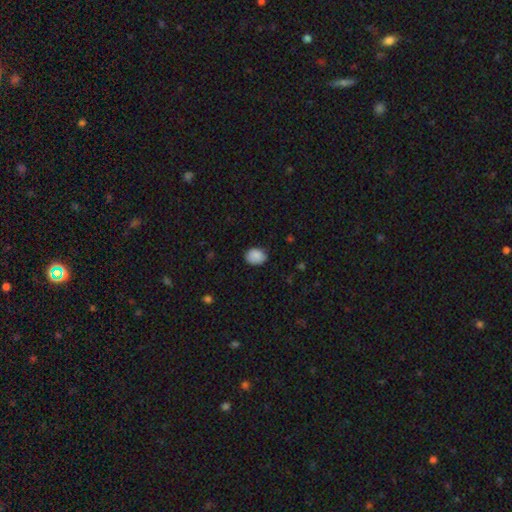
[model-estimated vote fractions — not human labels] A smooth galaxy with no disk features (89%) that is in between round and cigar-shaped (56%).

Vote fractions:
- Smooth or featured? smooth: 89% / star or artifact: 8% / featured or disk: 3%
- How rounded? in between: 56% / round: 43% / cigar-shaped: 1%
- Merging? none: 82% / minor disturbance: 14% / major disturbance: 2% / merger: 1%